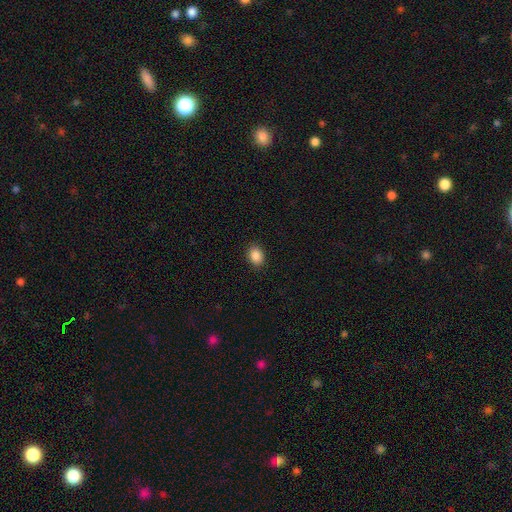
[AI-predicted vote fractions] This is clearly a smooth galaxy (88%). How rounded: likely in between (64%). Merging: clearly none (89%).